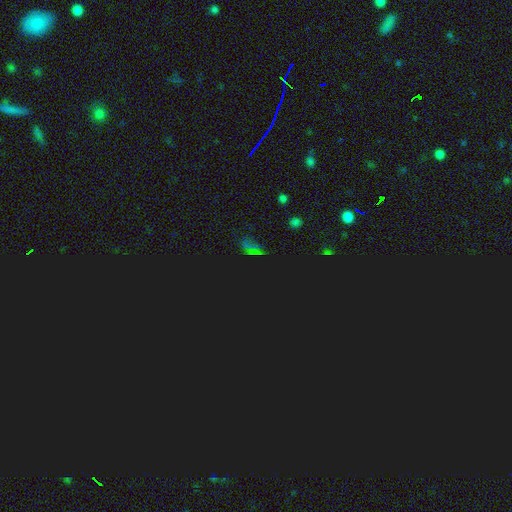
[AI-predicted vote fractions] star or artifact 77%, smooth 16%, featured or disk 8%.